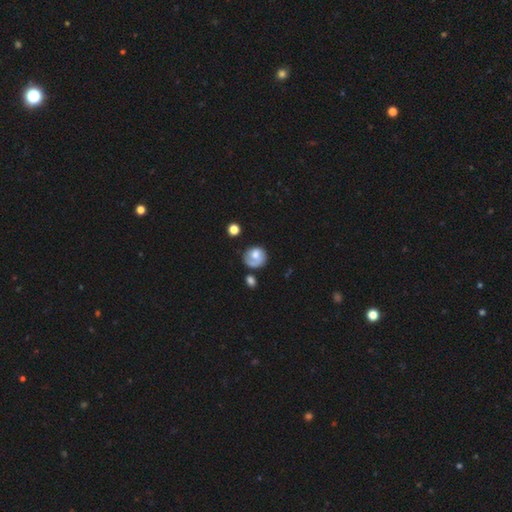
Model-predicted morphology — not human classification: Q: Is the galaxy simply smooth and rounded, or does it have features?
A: smooth — 58%.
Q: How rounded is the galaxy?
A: round — 76%.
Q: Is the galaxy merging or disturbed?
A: none — 48%.